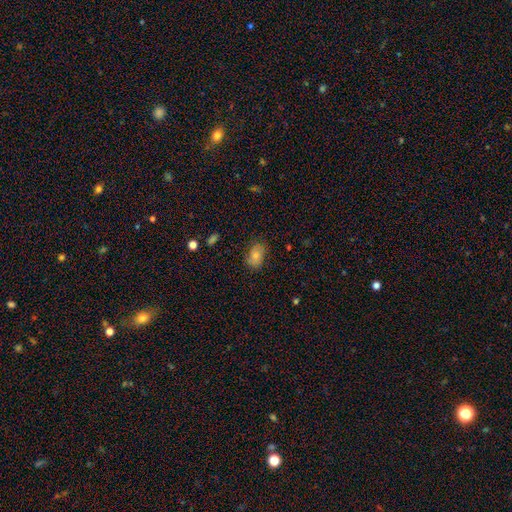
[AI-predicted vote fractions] Morphology: type=smooth (75%); roundness=in between (81%); merging=none (71%).